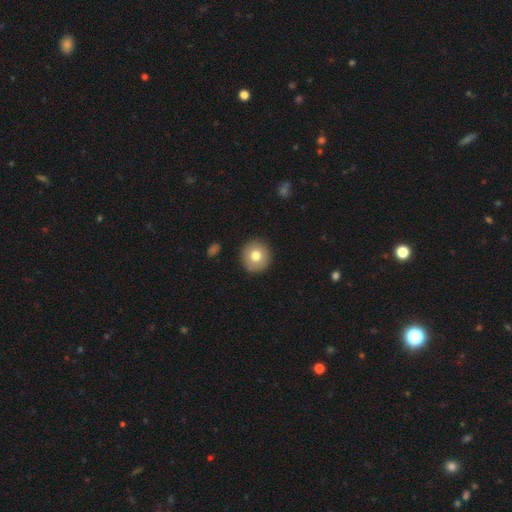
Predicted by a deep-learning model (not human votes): This appears to be a smooth galaxy with no disk features (76%) that is round (92%). Merging: none (91%).